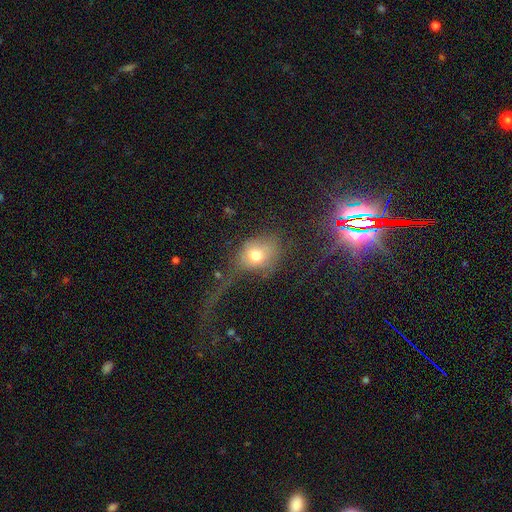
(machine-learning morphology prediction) Q: Smooth or featured?
A: smooth (69%); runner-up: featured or disk (18%)
Q: How rounded?
A: round (50%); runner-up: in between (48%)
Q: Merging?
A: major disturbance (41%); runner-up: none (34%)